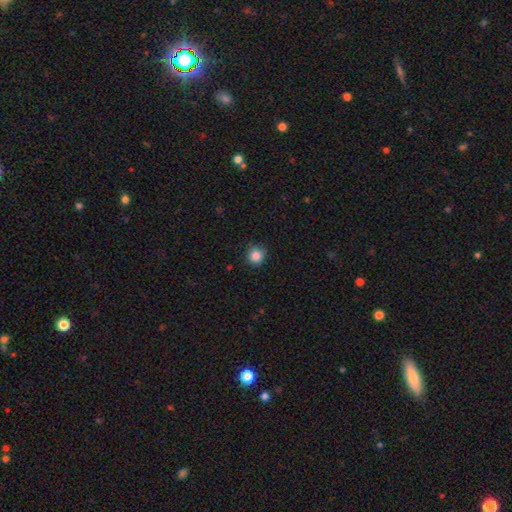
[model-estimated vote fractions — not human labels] Overall: smooth (86%). How rounded: round (91%). Merging: none (86%).